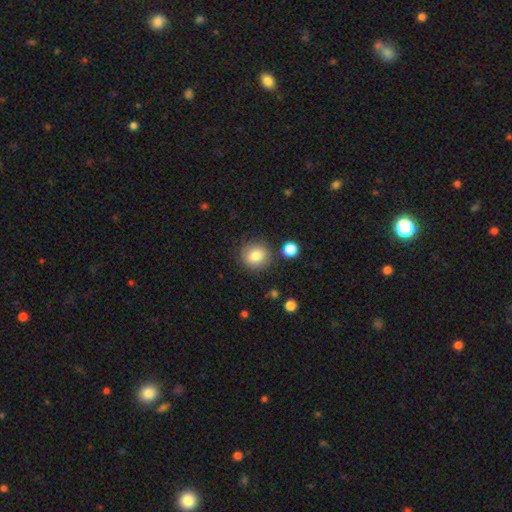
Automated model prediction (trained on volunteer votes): A smooth galaxy with no disk features (81%) that is round (88%). Merging: none (84%).